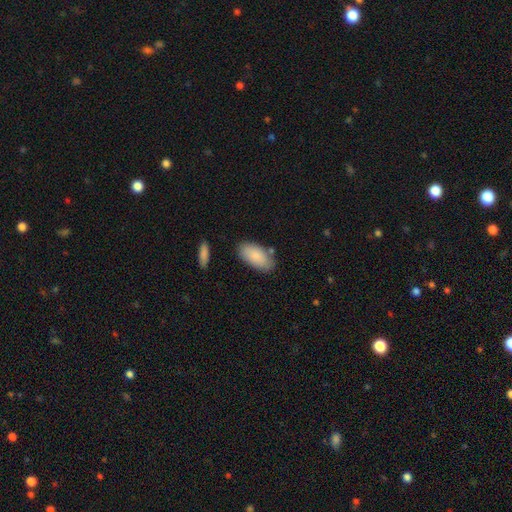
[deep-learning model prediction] A smooth galaxy with no disk features (87%) that is in between round and cigar-shaped (94%).

Vote fractions:
- Smooth or featured? smooth: 87% / featured or disk: 7% / star or artifact: 6%
- How rounded? in between: 94% / cigar-shaped: 3% / round: 2%
- Merging? none: 76% / minor disturbance: 15% / merger: 5% / major disturbance: 3%